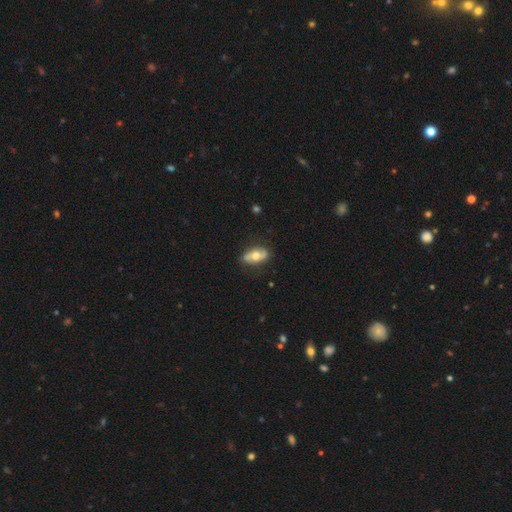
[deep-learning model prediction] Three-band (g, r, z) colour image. It shows a featured or disk galaxy (49%). Merging: none (75%).